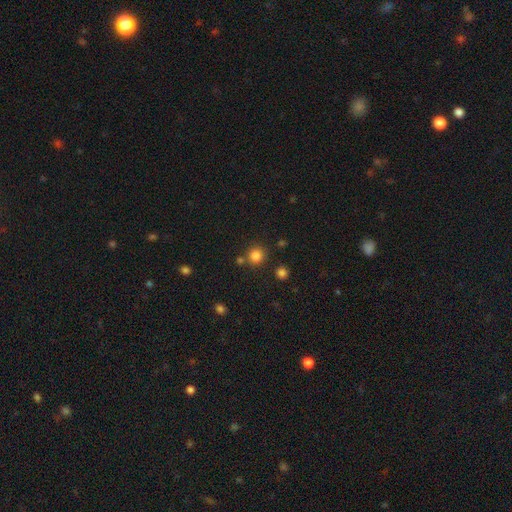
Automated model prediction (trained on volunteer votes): A smooth galaxy with no disk features (82%) that is round (90%). Merging: none (80%).